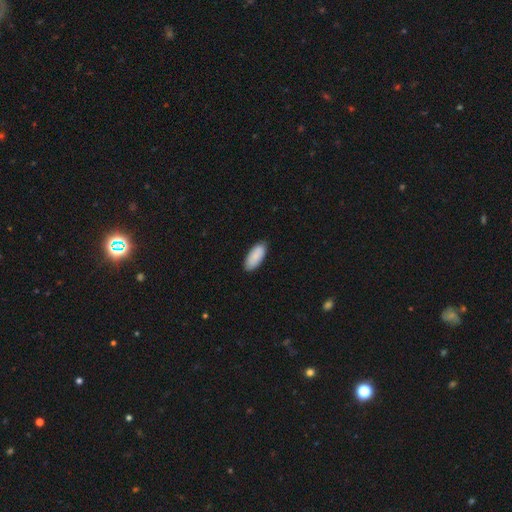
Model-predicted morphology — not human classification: Smooth or featured: smooth — 89% (star or artifact — 6%)
How rounded: in between — 86% (cigar-shaped — 12%)
Merging: none — 86% (minor disturbance — 11%)